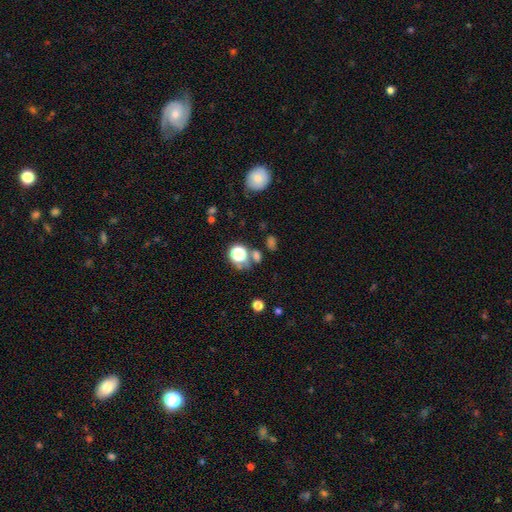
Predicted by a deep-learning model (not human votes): Smooth or featured? Predicted: smooth (p=0.61). How rounded? Predicted: round (p=0.61). Merging? Predicted: none (p=0.57).